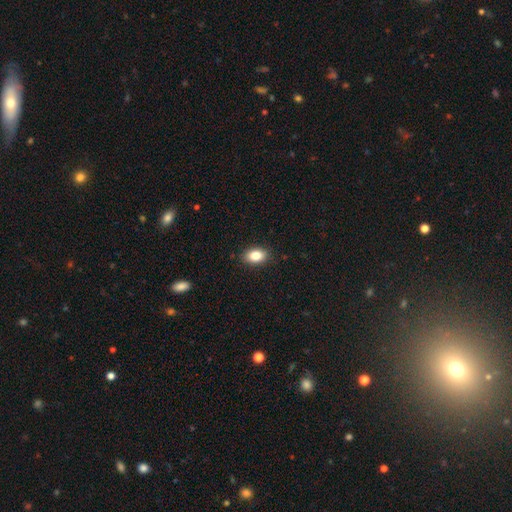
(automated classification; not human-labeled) The model was most divided on "how rounded": in between: 86%, round: 13%, cigar-shaped: 2%. More confident: merging — none (88%); smooth or featured — smooth (85%).